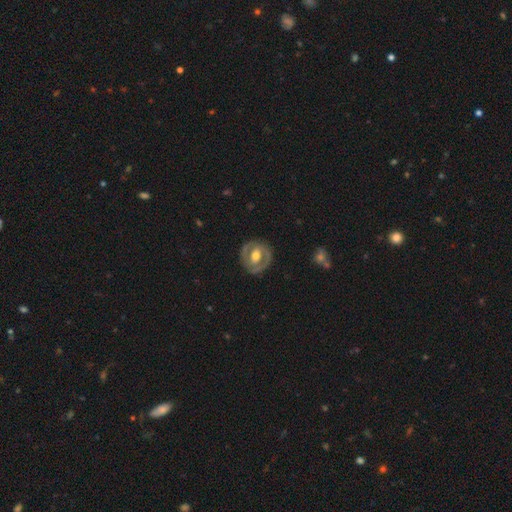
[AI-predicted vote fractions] Morphology: type=featured or disk (68%); edge-on=no (96%); bar=no (41%); spiral arms=yes (51%); bulge=moderate (69%); merging=none (83%).